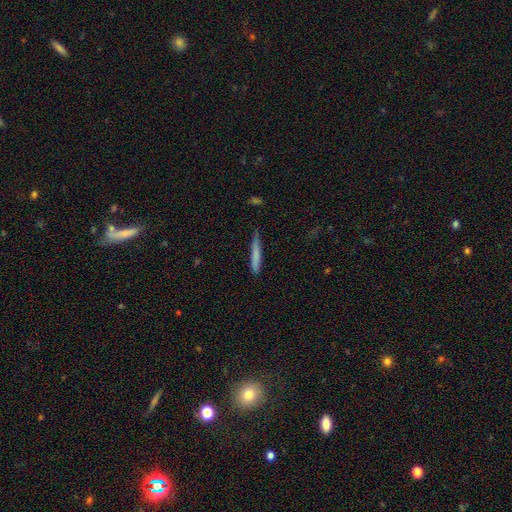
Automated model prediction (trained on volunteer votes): Smooth or featured?
  - smooth: 76% *
  - featured or disk: 18%
  - star or artifact: 6%
How rounded?
  - cigar-shaped: 95% *
  - in between: 4%
  - round: 1%
Merging?
  - none: 76% *
  - minor disturbance: 19%
  - major disturbance: 3%
  - merger: 2%